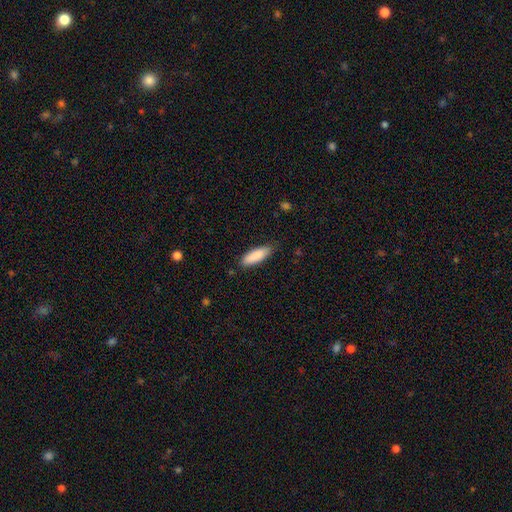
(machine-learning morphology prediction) Smooth or featured?
  - smooth: 87% *
  - featured or disk: 7%
  - star or artifact: 6%
How rounded?
  - in between: 54% *
  - cigar-shaped: 45%
  - round: 1%
Merging?
  - none: 83% *
  - minor disturbance: 14%
  - major disturbance: 2%
  - merger: 1%